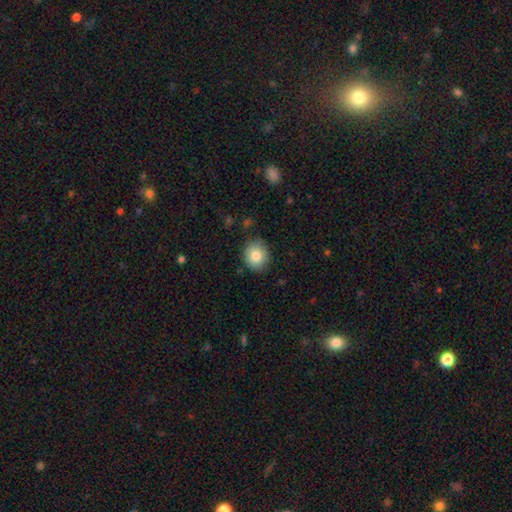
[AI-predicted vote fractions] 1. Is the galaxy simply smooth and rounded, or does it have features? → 83% smooth, 9% star or artifact, 8% featured or disk.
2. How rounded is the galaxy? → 72% round, 27% in between, 1% cigar-shaped.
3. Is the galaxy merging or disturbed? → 84% none, 12% minor disturbance, 2% major disturbance, 1% merger.